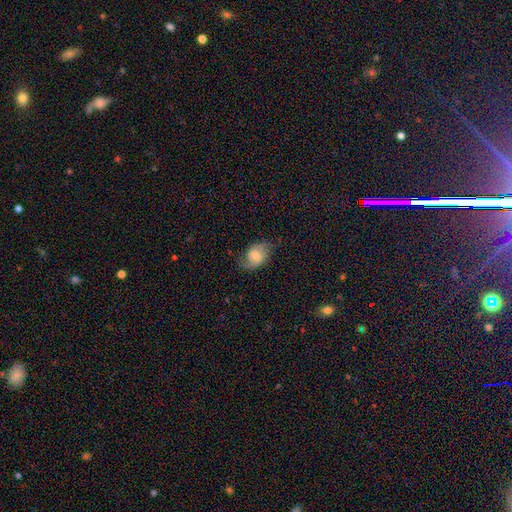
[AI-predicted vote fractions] Smooth or featured? Predicted: featured or disk (p=0.46, tied with smooth). Merging? Predicted: none (p=0.68).